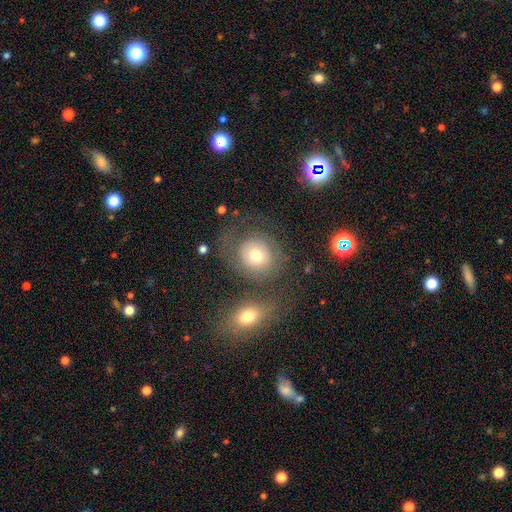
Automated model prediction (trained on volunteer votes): Smooth or featured: smooth — 61% (featured or disk — 29%)
How rounded: round — 75% (in between — 24%)
Merging: none — 57% (minor disturbance — 16%)